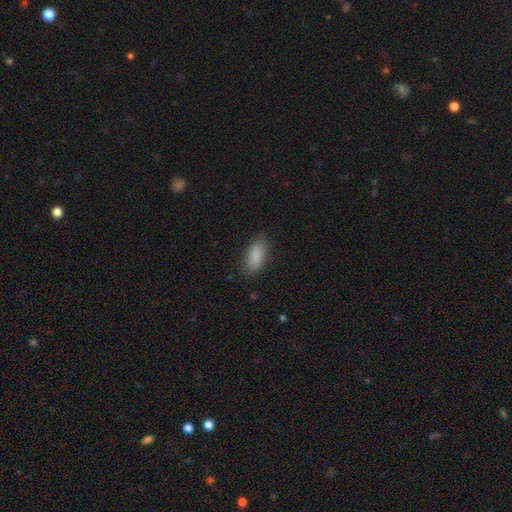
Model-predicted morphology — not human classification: This appears to be a smooth galaxy with no disk features (88%) that is in between round and cigar-shaped (83%). Merging: none (83%).